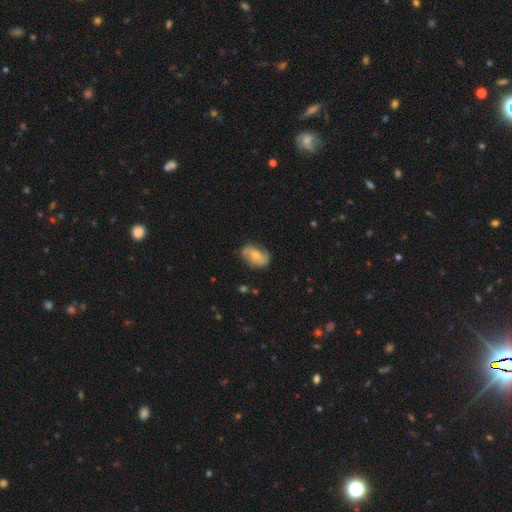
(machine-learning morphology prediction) The model was most divided on "smooth or featured": featured or disk: 55%, smooth: 37%, star or artifact: 8%. More confident: edge-on disk — no (94%); spiral arms — yes (75%); merging — none (71%); bulge size — moderate (60%); bar — no (60%).